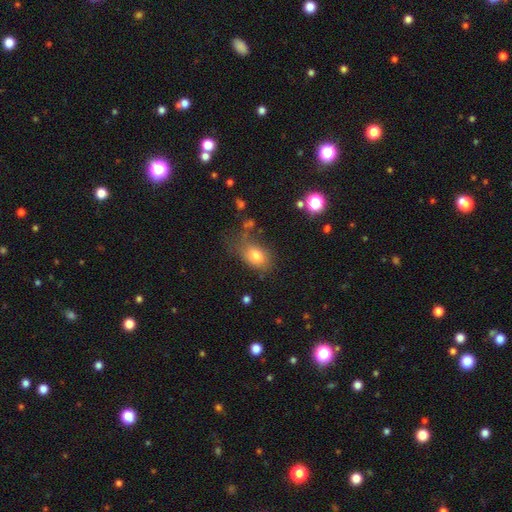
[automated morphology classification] smooth_or_featured: smooth (p=0.77) [alt: featured or disk p=0.12]
how_rounded: in between (p=0.78) [alt: round p=0.21]
merging: none (p=0.53) [alt: minor disturbance p=0.26]